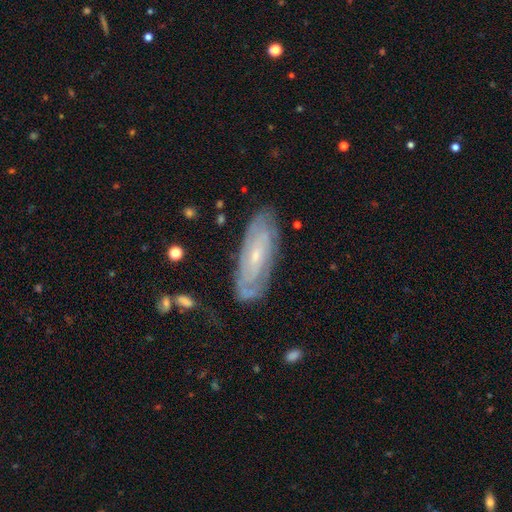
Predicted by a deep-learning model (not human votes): featured or disk 76%, smooth 18%, star or artifact 6%. Down the decision tree: edge-on disk — no (86%); bar — no (57%); spiral arms — yes (88%); spiral arm count — can't tell (51%); spiral winding — tight (70%); bulge size — small (76%); merging — none (78%).